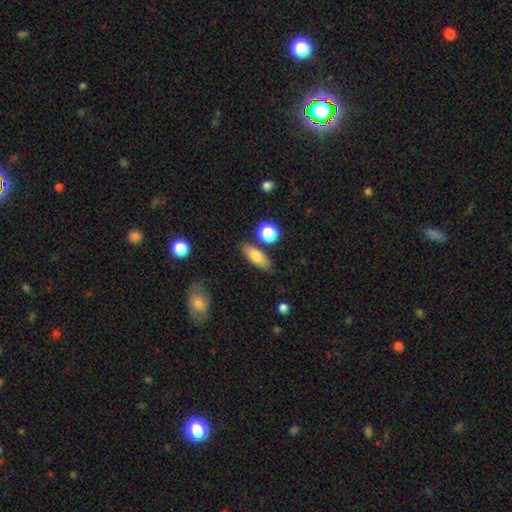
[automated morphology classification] type=smooth (76%); roundness=in between (65%); merging=none (80%).